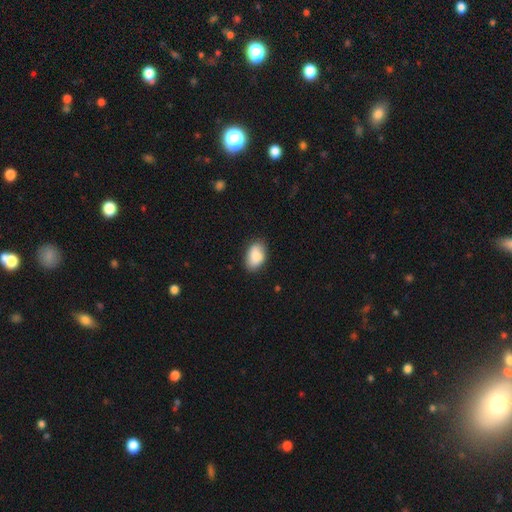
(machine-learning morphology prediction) Smooth or featured? smooth (86%)
How rounded? in between (89%)
Merging? none (78%)